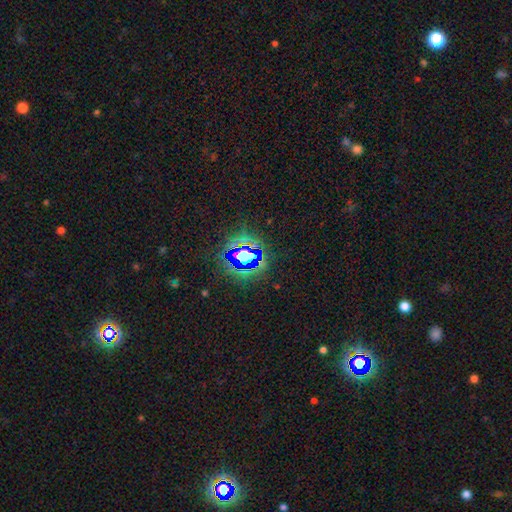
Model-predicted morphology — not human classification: Smooth or featured? Predicted: star or artifact (p=0.77).